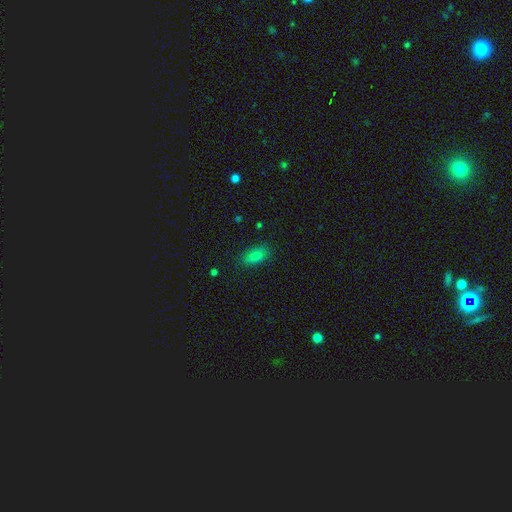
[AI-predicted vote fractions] Smooth or featured: smooth — 80% (star or artifact — 12%)
How rounded: in between — 87% (cigar-shaped — 8%)
Merging: none — 84% (minor disturbance — 12%)